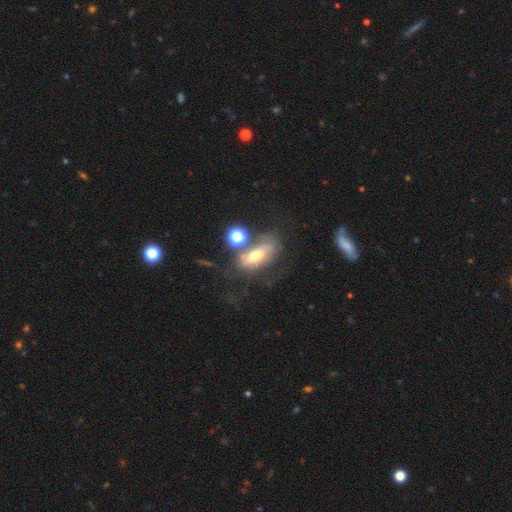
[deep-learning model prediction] This appears to be a smooth galaxy with no disk features (44%). Merging: none (43%).